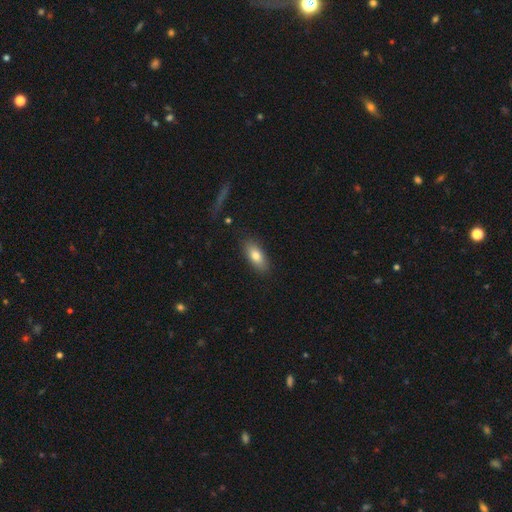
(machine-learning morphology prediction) Smooth or featured? Predicted: smooth (p=0.77). How rounded? Predicted: in between (p=0.82). Merging? Predicted: none (p=0.84).